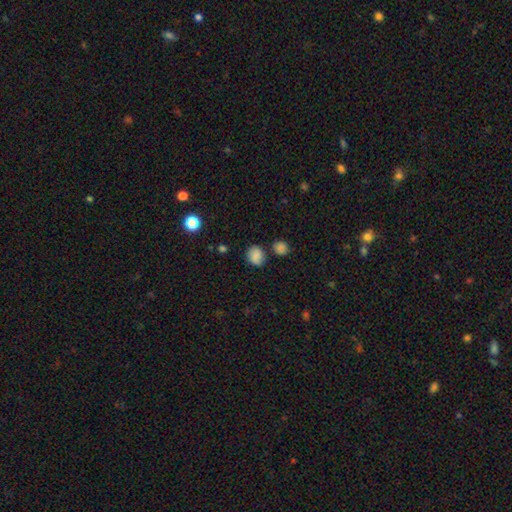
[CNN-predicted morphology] type=smooth (84%); roundness=round (61%); merging=none (76%).